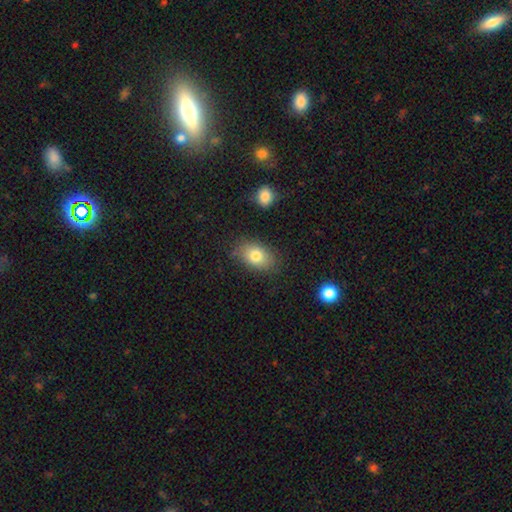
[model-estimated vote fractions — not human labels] This appears to be a smooth galaxy with no disk features (79%) that is in between round and cigar-shaped (85%). Merging: none (80%).